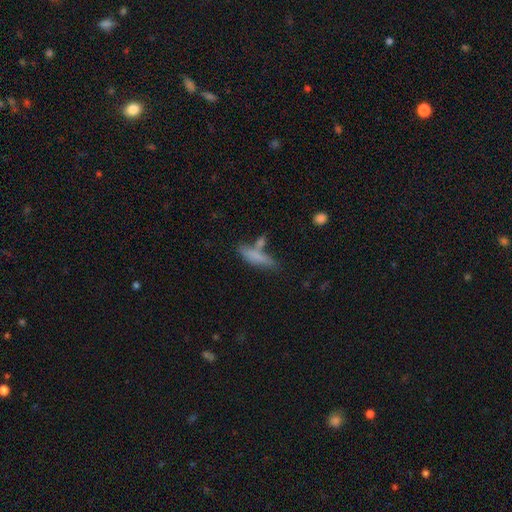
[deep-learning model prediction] smooth-or-featured: smooth: 73% | featured or disk: 19% | star or artifact: 8%
  how-rounded: cigar-shaped: 68% | in between: 30% | round: 3%
  merging: none: 52% | merger: 22% | minor disturbance: 19% | major disturbance: 8%